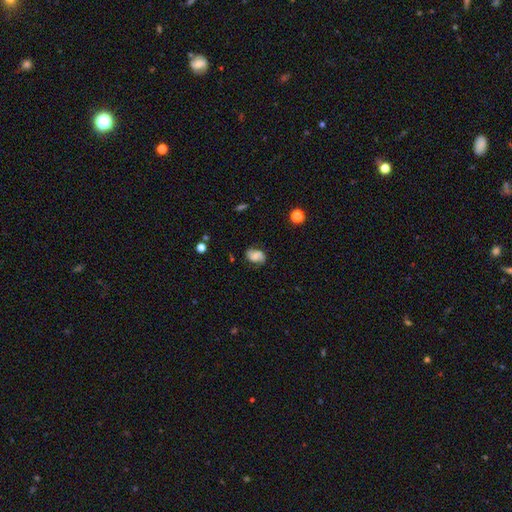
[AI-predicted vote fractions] Overall: featured or disk (49%; smooth 40%). Merging: none (67%).